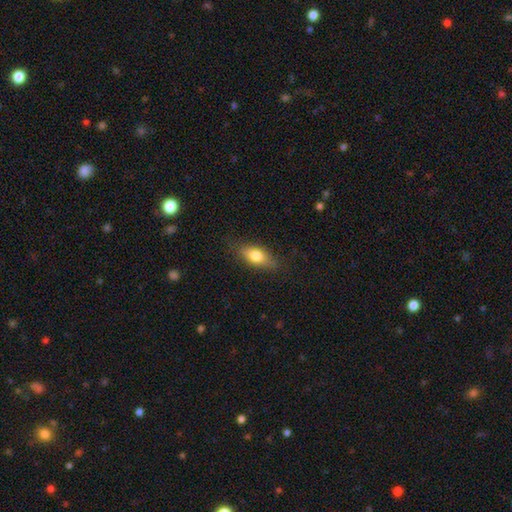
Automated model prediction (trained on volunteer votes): Smooth or featured? smooth (74%)
How rounded? in between (79%)
Merging? none (81%)